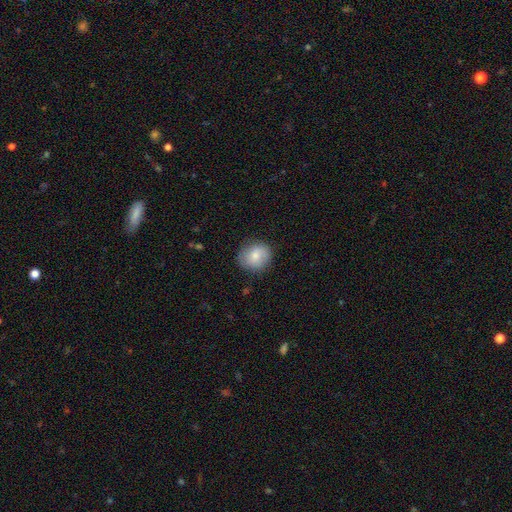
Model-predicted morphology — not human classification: Smooth or featured: smooth — 76% (featured or disk — 17%)
How rounded: round — 78% (in between — 21%)
Merging: none — 82% (minor disturbance — 14%)